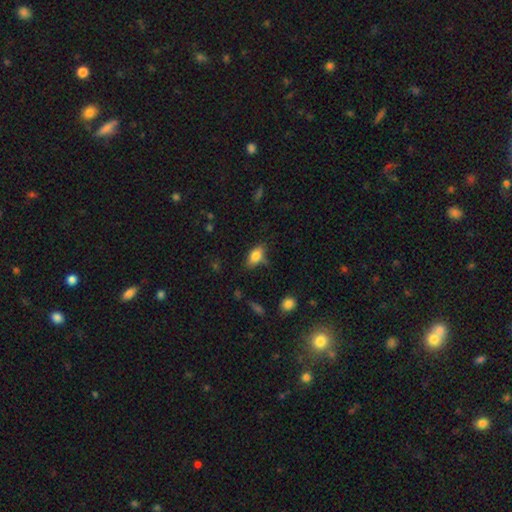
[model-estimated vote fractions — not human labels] smooth_or_featured: smooth (p=0.80) [alt: featured or disk p=0.12]
how_rounded: in between (p=0.89) [alt: cigar-shaped p=0.06]
merging: none (p=0.69) [alt: minor disturbance p=0.22]